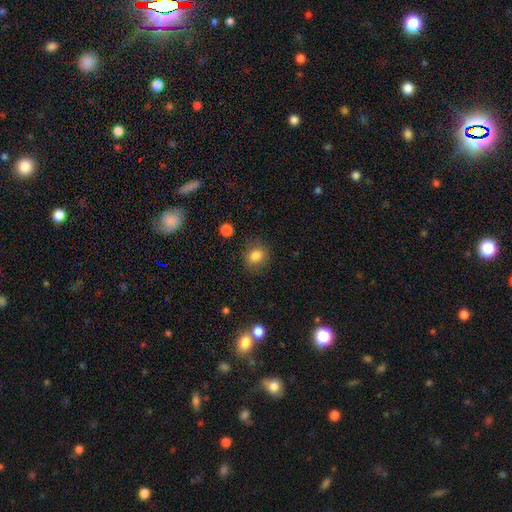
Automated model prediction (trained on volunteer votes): Overall: smooth (84%). How rounded: round (66%; in between 33%). Merging: none (81%).